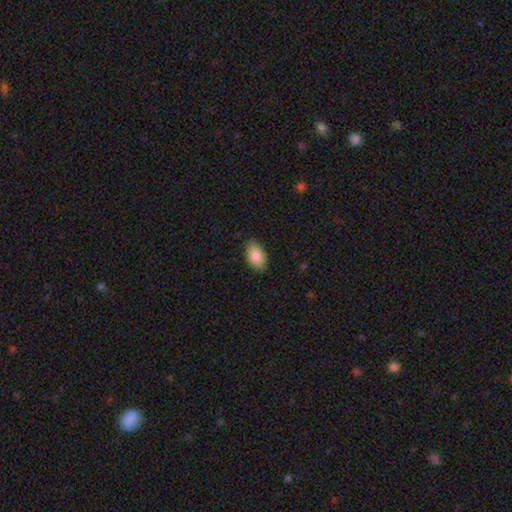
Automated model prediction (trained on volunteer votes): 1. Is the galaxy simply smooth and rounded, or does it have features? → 85% smooth, 9% featured or disk, 6% star or artifact.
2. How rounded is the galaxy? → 94% in between, 5% round, 2% cigar-shaped.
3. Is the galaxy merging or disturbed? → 86% none, 11% minor disturbance, 2% major disturbance, 1% merger.